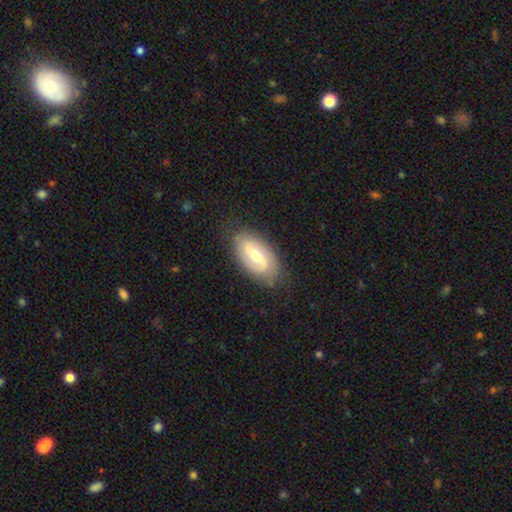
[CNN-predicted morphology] Smooth or featured? Predicted: featured or disk (p=0.65). Edge-on disk? Predicted: no (p=0.93). Bar? Predicted: weak (p=0.48). Spiral arms? Predicted: yes (p=0.84). Spiral winding? Predicted: medium (p=0.39). Spiral arm count? Predicted: 2 (p=0.81). Bulge size? Predicted: moderate (p=0.59). Merging? Predicted: none (p=0.79).